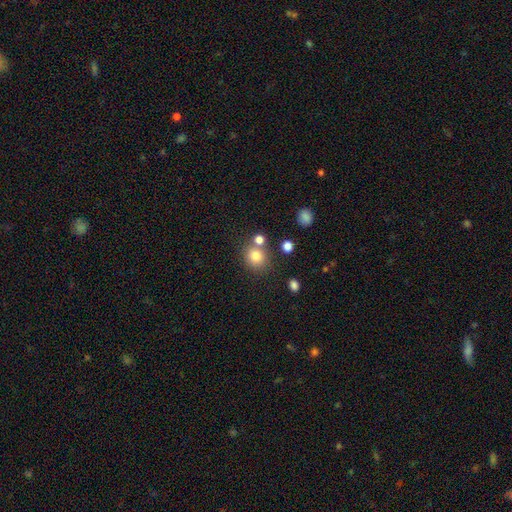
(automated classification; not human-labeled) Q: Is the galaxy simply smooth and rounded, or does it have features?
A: smooth — 80%.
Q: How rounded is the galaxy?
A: round — 82%.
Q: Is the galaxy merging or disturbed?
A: none — 67%.